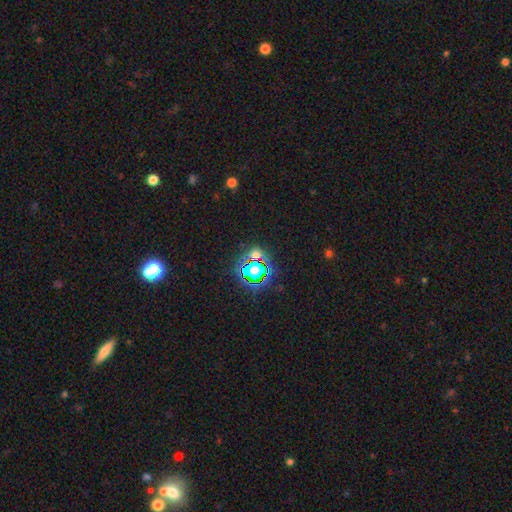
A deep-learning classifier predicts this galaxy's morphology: Smooth or featured? star or artifact (68%)